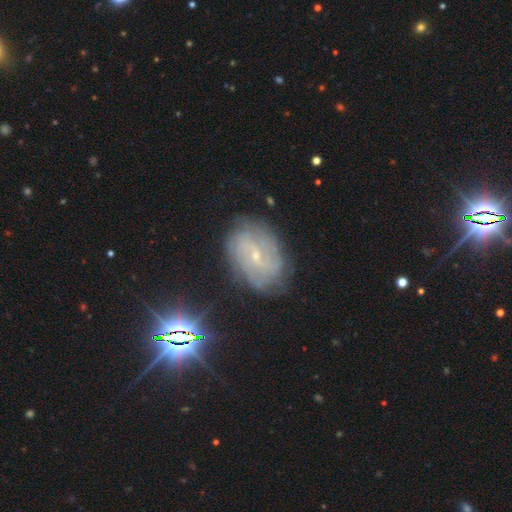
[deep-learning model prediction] Smooth or featured: featured or disk — 73% (smooth — 14%)
Edge-on disk: no — 95% (yes — 5%)
Bar: weak — 46% (no — 41%)
Spiral arms: yes — 88% (no — 12%)
Spiral winding: tight — 56% (medium — 31%)
Spiral arm count: can't tell — 47% (2 — 26%)
Bulge size: small — 81% (moderate — 15%)
Merging: none — 75% (minor disturbance — 17%)